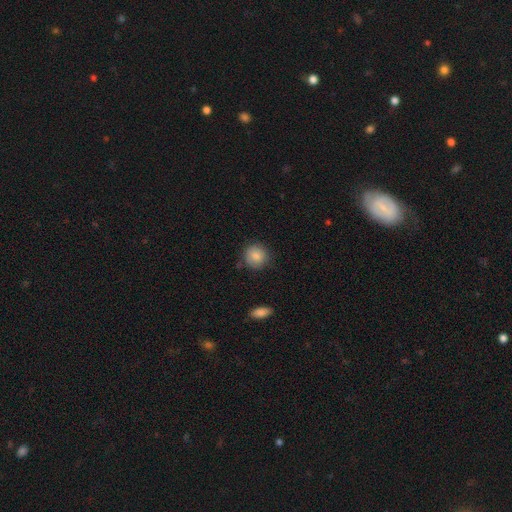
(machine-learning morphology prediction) This is clearly a smooth galaxy (84%). How rounded: clearly round (87%). Merging: clearly none (80%).